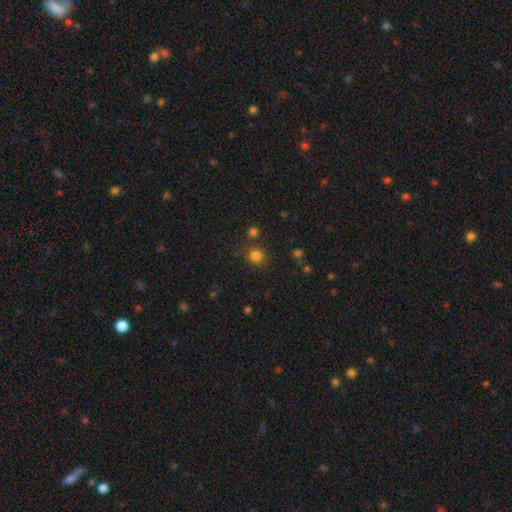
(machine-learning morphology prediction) Overall: smooth (80%). How rounded: round (90%). Merging: none (81%).